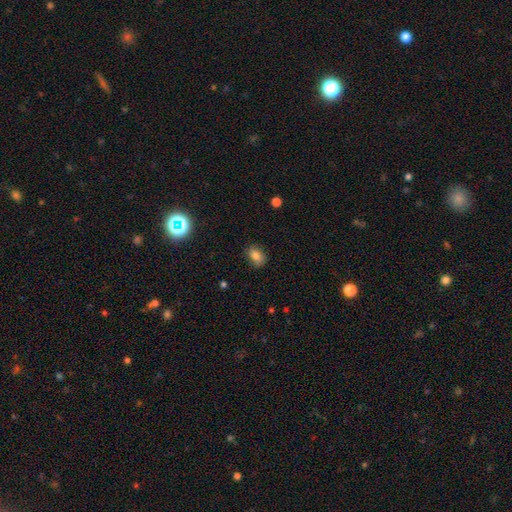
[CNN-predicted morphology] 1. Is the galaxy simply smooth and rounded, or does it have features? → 80% smooth, 12% star or artifact, 8% featured or disk.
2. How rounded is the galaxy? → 74% in between, 24% round, 2% cigar-shaped.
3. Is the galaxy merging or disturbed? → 78% none, 17% minor disturbance, 3% major disturbance, 1% merger.